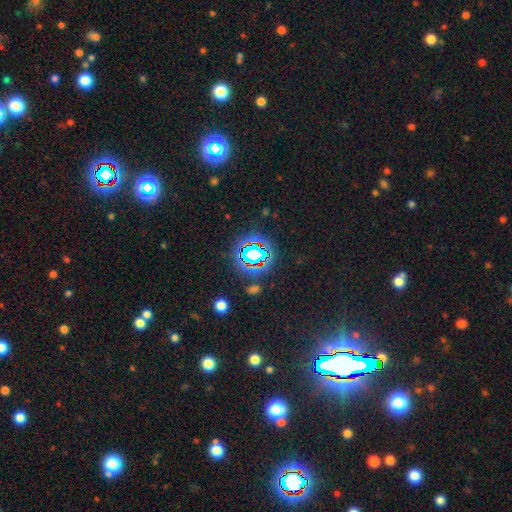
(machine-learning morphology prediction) Smooth or featured? star or artifact (72%)